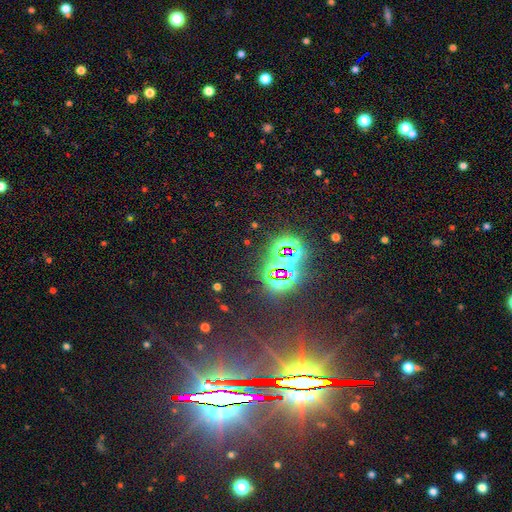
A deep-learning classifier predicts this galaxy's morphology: The model was most divided on "smooth or featured": star or artifact: 82%, featured or disk: 10%, smooth: 8%.